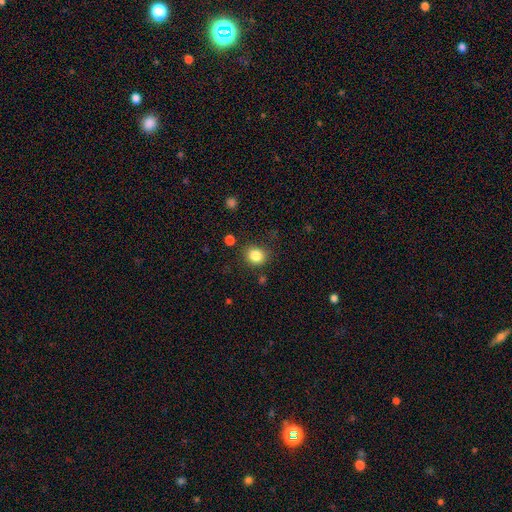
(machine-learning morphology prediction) Overall: smooth (84%). How rounded: round (77%). Merging: none (81%).